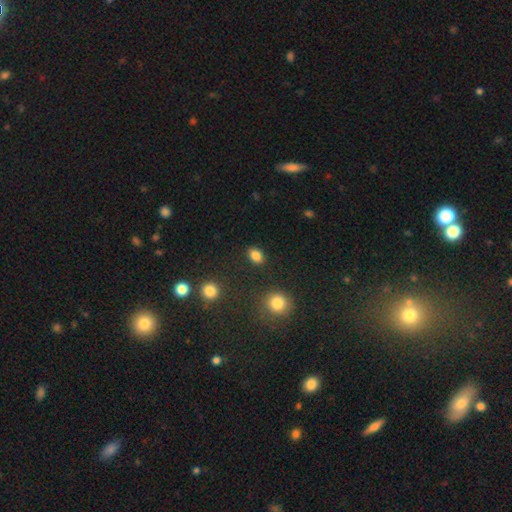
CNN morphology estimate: Smooth or featured: smooth — 85% (star or artifact — 10%)
How rounded: in between — 73% (round — 25%)
Merging: none — 88% (minor disturbance — 8%)